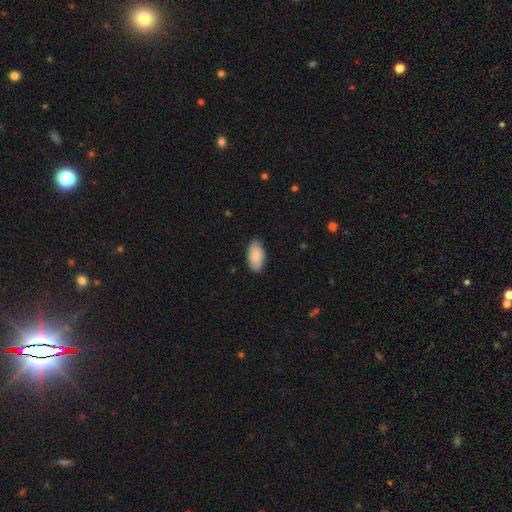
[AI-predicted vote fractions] A smooth galaxy with no disk features (87%) that is in between round and cigar-shaped (95%).

Vote fractions:
- Smooth or featured? smooth: 87% / featured or disk: 7% / star or artifact: 6%
- How rounded? in between: 95% / cigar-shaped: 3% / round: 2%
- Merging? none: 85% / minor disturbance: 12% / major disturbance: 2% / merger: 1%